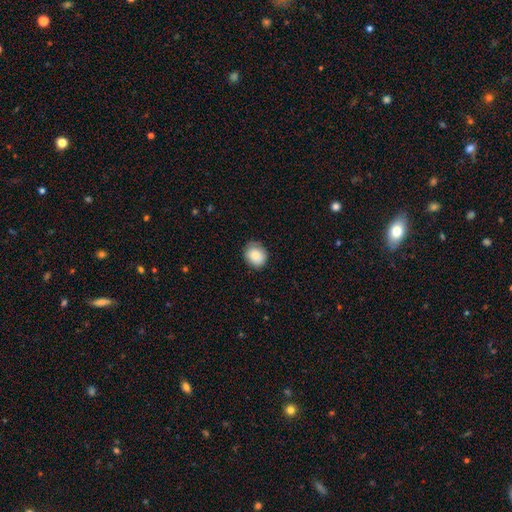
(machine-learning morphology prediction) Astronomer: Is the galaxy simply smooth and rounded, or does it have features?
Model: smooth — 84%.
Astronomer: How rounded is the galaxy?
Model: round — 73%.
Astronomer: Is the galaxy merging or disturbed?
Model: none — 79%.